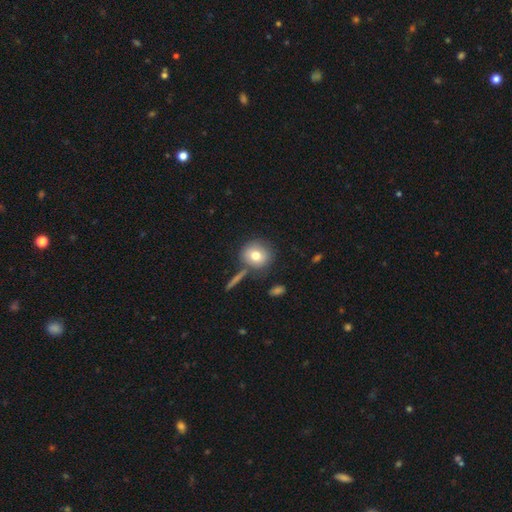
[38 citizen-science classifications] Smooth or featured: smooth — 74% (featured or disk — 16%)
How rounded: round — 93% (in between — 7%)
Merging: none — 44% (minor disturbance — 32%)